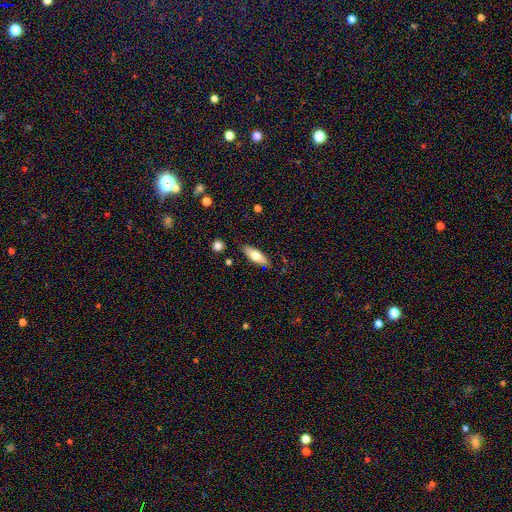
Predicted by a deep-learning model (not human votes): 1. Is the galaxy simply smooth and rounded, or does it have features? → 69% smooth, 25% featured or disk, 6% star or artifact.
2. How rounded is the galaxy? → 67% in between, 31% cigar-shaped, 2% round.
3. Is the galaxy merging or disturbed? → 84% none, 12% minor disturbance, 2% major disturbance, 2% merger.